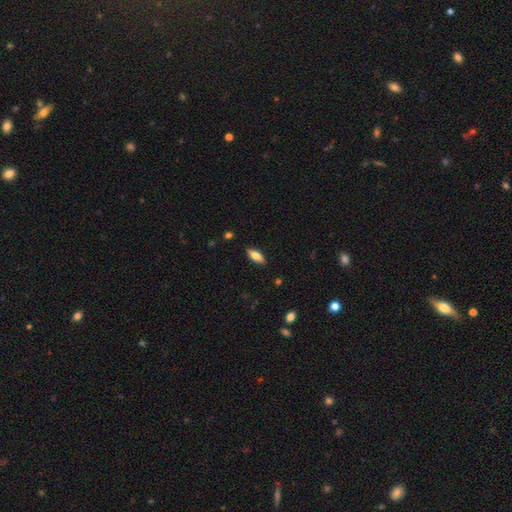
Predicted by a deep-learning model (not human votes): A smooth galaxy with no disk features (64%) that is in between round and cigar-shaped (70%).

Vote fractions:
- Smooth or featured? smooth: 64% / featured or disk: 29% / star or artifact: 7%
- How rounded? in between: 70% / cigar-shaped: 28% / round: 2%
- Merging? none: 88% / minor disturbance: 9% / major disturbance: 2% / merger: 1%